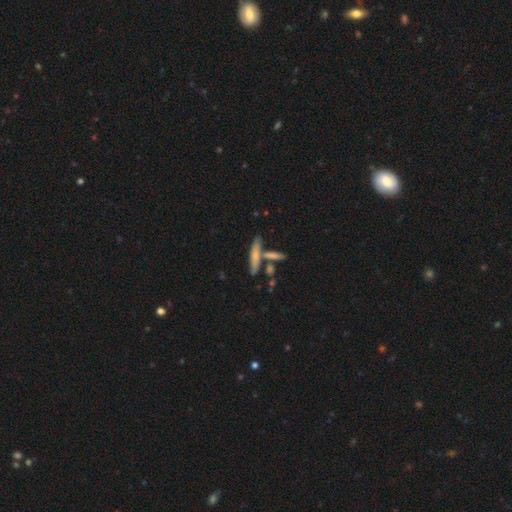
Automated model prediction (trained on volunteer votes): The model was most divided on "smooth or featured": smooth: 60%, featured or disk: 33%, star or artifact: 8%. More confident: how rounded — cigar-shaped (81%); merging — none (60%).